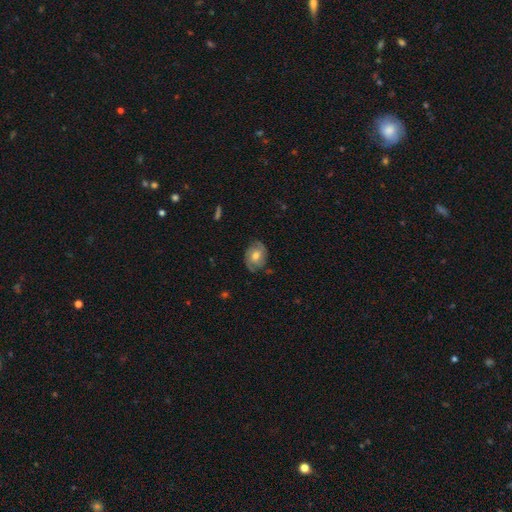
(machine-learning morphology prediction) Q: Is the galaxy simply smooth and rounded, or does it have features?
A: featured or disk — 71%.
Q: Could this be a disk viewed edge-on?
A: no — 97%.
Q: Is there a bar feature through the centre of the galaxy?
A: no — 65%.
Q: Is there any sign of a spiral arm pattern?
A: yes — 91%.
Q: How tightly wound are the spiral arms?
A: tight — 47%.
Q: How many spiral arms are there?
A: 2 — 57%.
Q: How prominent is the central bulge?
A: moderate — 71%.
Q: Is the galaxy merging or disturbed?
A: none — 75%.